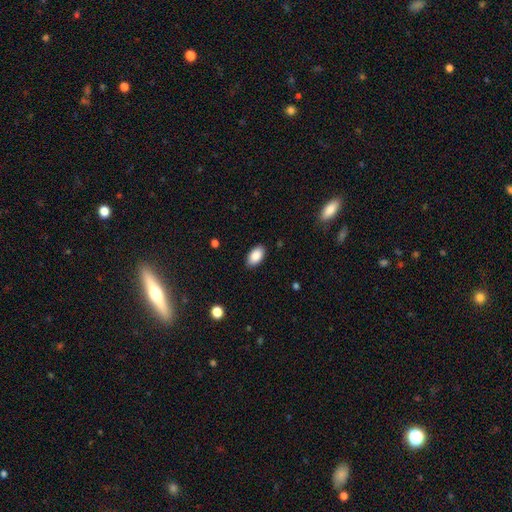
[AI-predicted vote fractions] Morphology: type=smooth (89%); roundness=in between (95%); merging=none (87%).